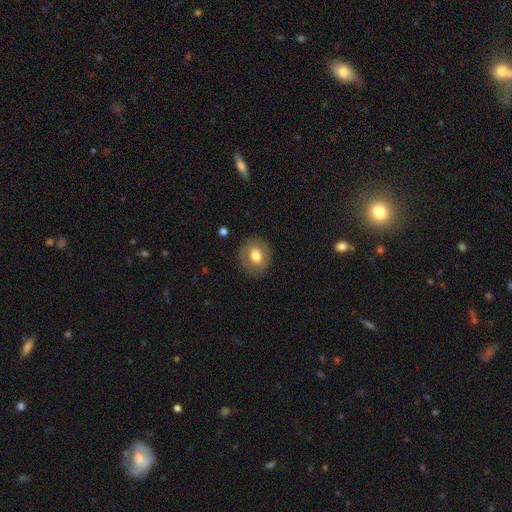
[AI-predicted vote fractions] The model was most divided on "how rounded": round: 70%, in between: 29%, cigar-shaped: 1%. More confident: merging — none (86%); smooth or featured — smooth (70%).